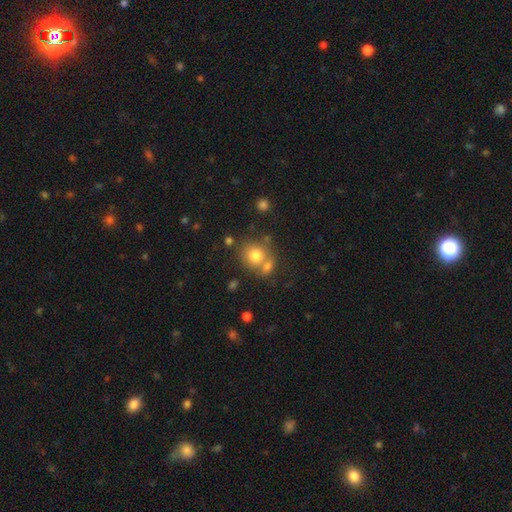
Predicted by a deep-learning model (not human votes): A smooth galaxy with no disk features (77%) that is round (80%).

Vote fractions:
- Smooth or featured? smooth: 77% / star or artifact: 12% / featured or disk: 11%
- How rounded? round: 80% / in between: 19% / cigar-shaped: 1%
- Merging? none: 53% / merger: 33% / minor disturbance: 10% / major disturbance: 4%